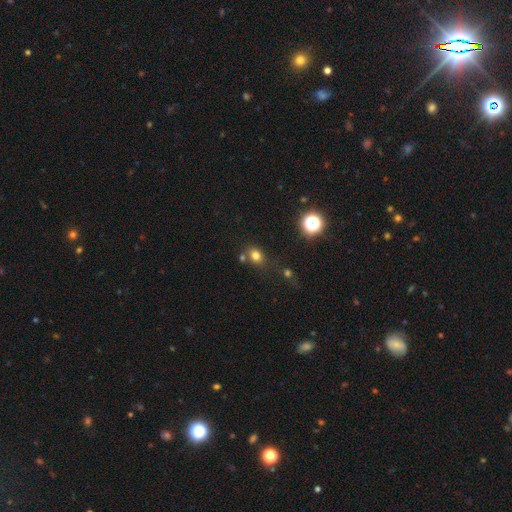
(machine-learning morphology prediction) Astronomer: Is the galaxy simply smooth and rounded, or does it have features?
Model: smooth — 75%.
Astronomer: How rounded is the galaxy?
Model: round — 50% (runner-up: in between, 49%).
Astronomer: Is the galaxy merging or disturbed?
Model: none — 67%.